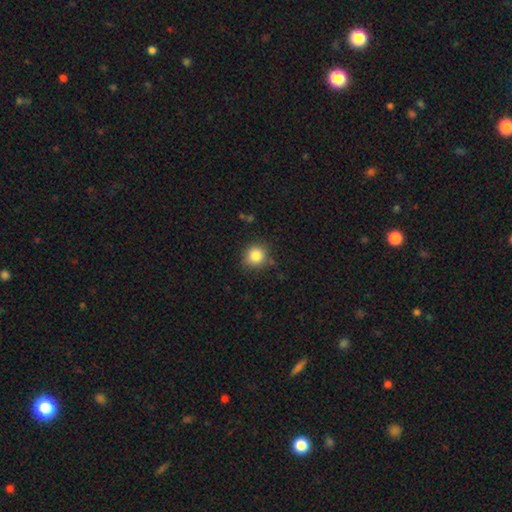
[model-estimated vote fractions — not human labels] Q: Smooth or featured?
A: smooth (84%); runner-up: star or artifact (11%)
Q: How rounded?
A: round (86%); runner-up: in between (13%)
Q: Merging?
A: none (82%); runner-up: minor disturbance (13%)